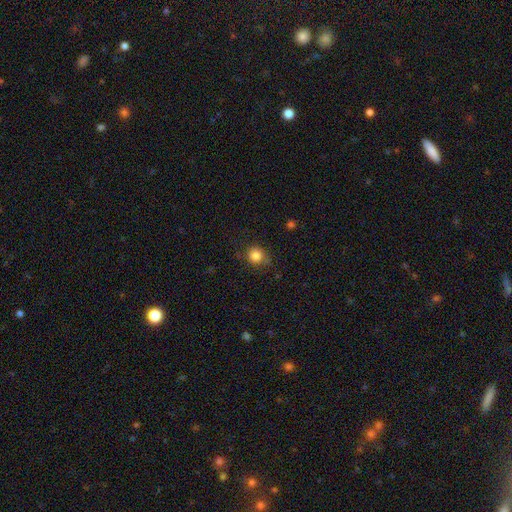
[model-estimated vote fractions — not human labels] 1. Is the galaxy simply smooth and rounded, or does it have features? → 84% smooth, 11% star or artifact, 5% featured or disk.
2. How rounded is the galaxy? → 87% round, 12% in between, 1% cigar-shaped.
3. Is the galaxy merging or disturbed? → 76% none, 17% minor disturbance, 5% major disturbance, 2% merger.